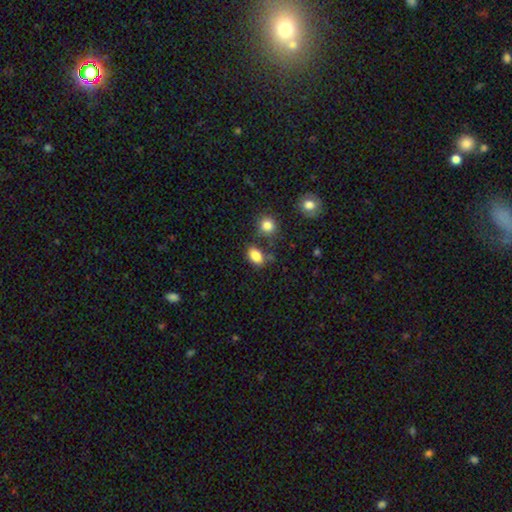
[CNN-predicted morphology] A smooth galaxy with no disk features (85%) that is in between round and cigar-shaped (85%).

Vote fractions:
- Smooth or featured? smooth: 85% / star or artifact: 9% / featured or disk: 6%
- How rounded? in between: 85% / round: 13% / cigar-shaped: 2%
- Merging? none: 67% / minor disturbance: 17% / merger: 11% / major disturbance: 5%